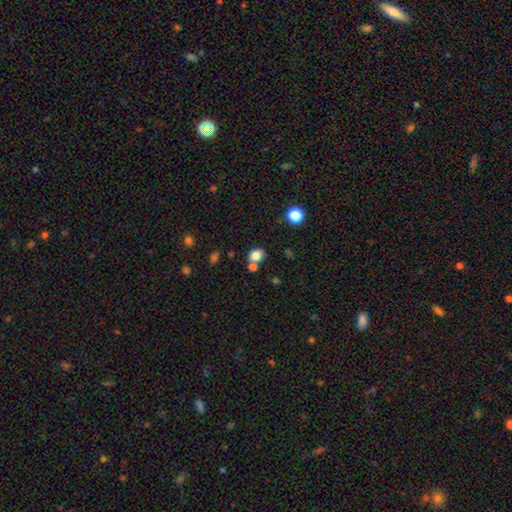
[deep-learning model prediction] Q: Smooth or featured?
A: smooth (82%); runner-up: star or artifact (12%)
Q: How rounded?
A: round (63%); runner-up: in between (36%)
Q: Merging?
A: none (65%); runner-up: merger (20%)